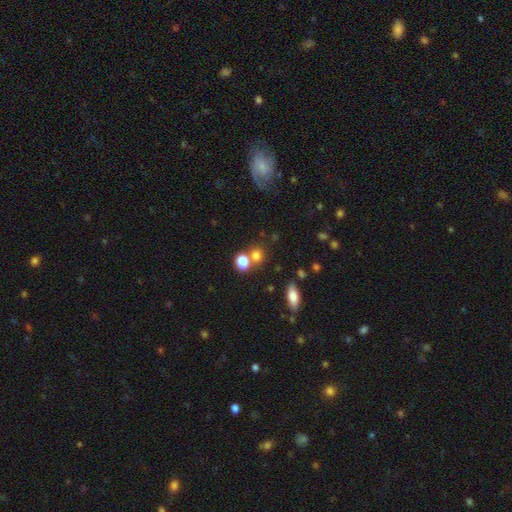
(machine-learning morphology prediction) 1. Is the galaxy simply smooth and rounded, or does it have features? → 76% smooth, 16% star or artifact, 8% featured or disk.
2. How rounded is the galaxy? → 80% round, 19% in between, 1% cigar-shaped.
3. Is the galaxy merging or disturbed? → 58% none, 29% merger, 9% minor disturbance, 4% major disturbance.